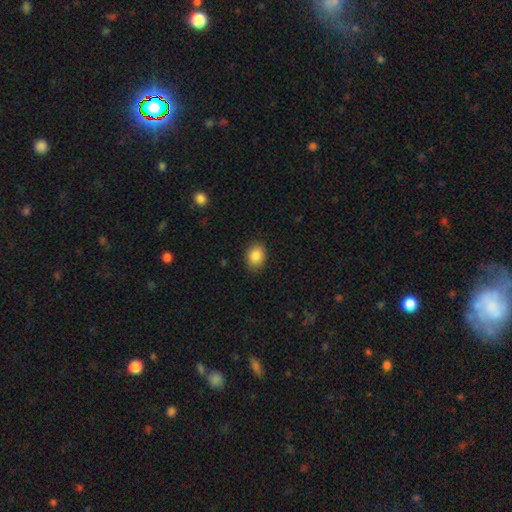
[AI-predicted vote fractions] Overall: smooth (87%). How rounded: in between (61%; round 38%). Merging: none (87%).